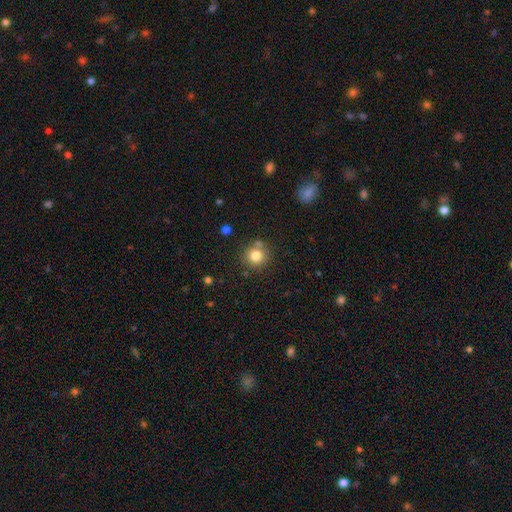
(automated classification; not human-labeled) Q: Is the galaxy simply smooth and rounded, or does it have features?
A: smooth — 80%.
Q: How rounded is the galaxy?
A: round — 92%.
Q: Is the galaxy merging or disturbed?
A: none — 78%.